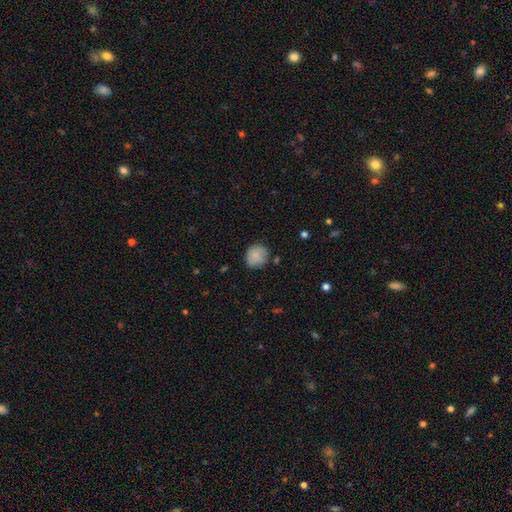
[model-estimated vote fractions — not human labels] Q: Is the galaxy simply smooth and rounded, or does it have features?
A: smooth — 83%.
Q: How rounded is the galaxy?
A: round — 79%.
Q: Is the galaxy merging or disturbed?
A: none — 75%.